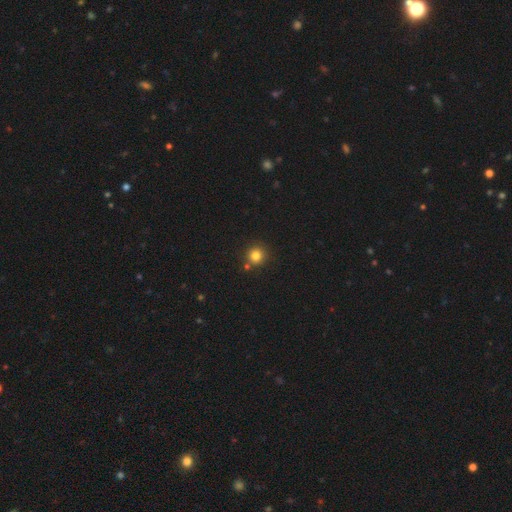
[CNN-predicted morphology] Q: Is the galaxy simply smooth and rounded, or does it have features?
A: smooth — 81%.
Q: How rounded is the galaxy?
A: round — 93%.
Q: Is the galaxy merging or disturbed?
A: none — 79%.